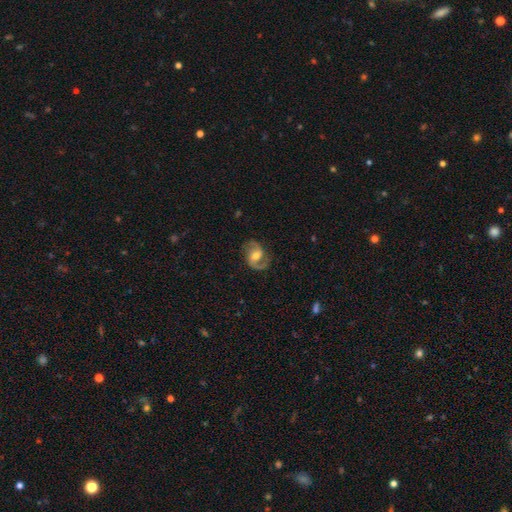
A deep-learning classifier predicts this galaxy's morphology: Q: Smooth or featured?
A: featured or disk (84%); runner-up: smooth (11%)
Q: Edge-on disk?
A: no (98%); runner-up: yes (2%)
Q: Bar?
A: weak (45%); runner-up: no (38%)
Q: Spiral arms?
A: yes (95%); runner-up: no (5%)
Q: Spiral winding?
A: medium (52%); runner-up: loose (32%)
Q: Spiral arm count?
A: 2 (89%); runner-up: 1 (5%)
Q: Bulge size?
A: moderate (66%); runner-up: small (25%)
Q: Merging?
A: none (78%); runner-up: minor disturbance (15%)